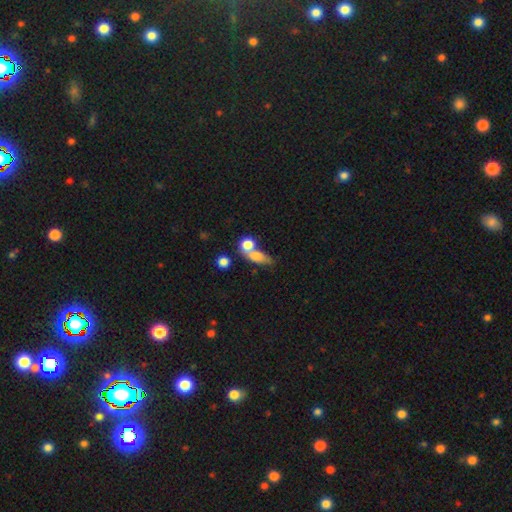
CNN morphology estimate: This appears to be a smooth galaxy with no disk features (73%) that is in between round and cigar-shaped (57%). Merging: merger (50%).